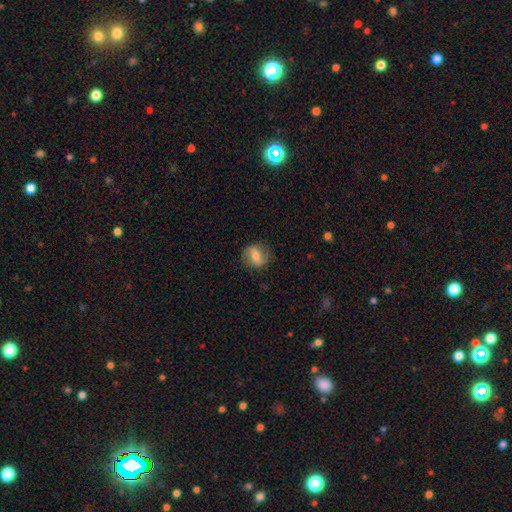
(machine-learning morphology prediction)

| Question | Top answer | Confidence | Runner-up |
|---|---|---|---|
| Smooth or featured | featured or disk | 55% | smooth (36%) |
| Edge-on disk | no | 96% | yes (4%) |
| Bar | weak | 43% | strong (36%) |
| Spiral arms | yes | 85% | no (15%) |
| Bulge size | moderate | 46% | small (35%) |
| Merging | none | 80% | minor disturbance (14%) |